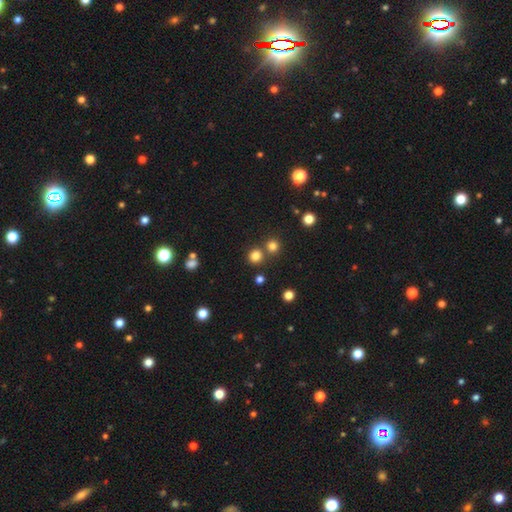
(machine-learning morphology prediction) Smooth or featured?
  - smooth: 79% *
  - star or artifact: 16%
  - featured or disk: 5%
How rounded?
  - round: 89% *
  - in between: 10%
  - cigar-shaped: 1%
Merging?
  - none: 72% *
  - merger: 19%
  - minor disturbance: 7%
  - major disturbance: 3%